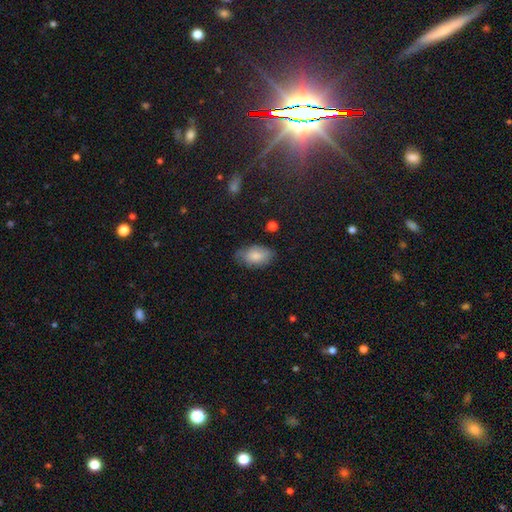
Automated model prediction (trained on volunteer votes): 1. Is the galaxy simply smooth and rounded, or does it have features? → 81% smooth, 12% featured or disk, 7% star or artifact.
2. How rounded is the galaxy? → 91% in between, 7% round, 2% cigar-shaped.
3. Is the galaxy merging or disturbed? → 63% none, 29% minor disturbance, 6% major disturbance, 2% merger.